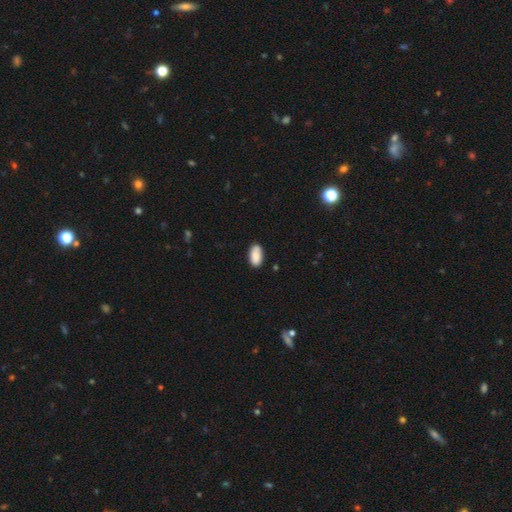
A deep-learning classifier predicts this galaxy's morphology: Smooth or featured?
  - smooth: 88% *
  - star or artifact: 7%
  - featured or disk: 5%
How rounded?
  - in between: 94% *
  - round: 3%
  - cigar-shaped: 3%
Merging?
  - none: 83% *
  - minor disturbance: 13%
  - major disturbance: 2%
  - merger: 1%